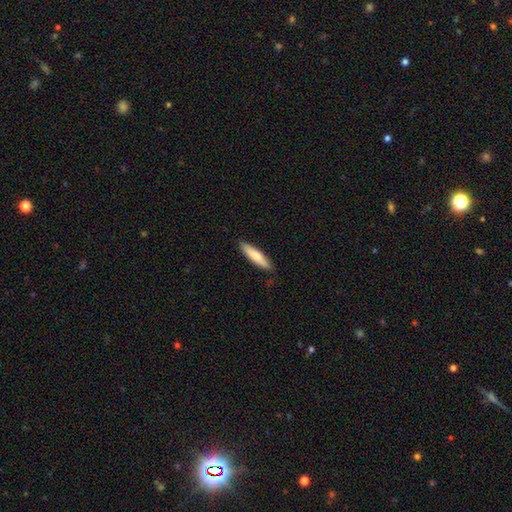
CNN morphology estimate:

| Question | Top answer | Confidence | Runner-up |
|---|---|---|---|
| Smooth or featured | smooth | 74% | featured or disk (20%) |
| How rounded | cigar-shaped | 79% | in between (19%) |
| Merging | none | 88% | minor disturbance (9%) |